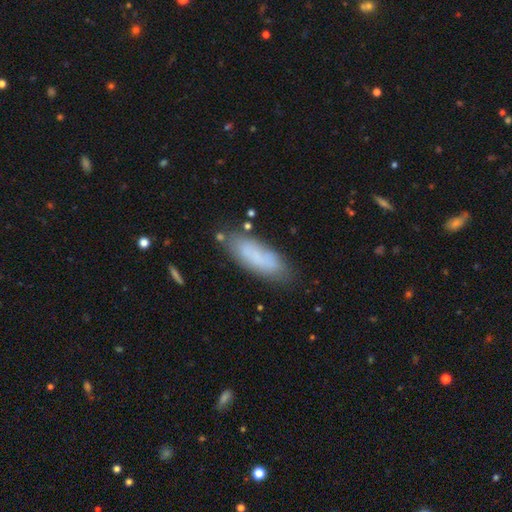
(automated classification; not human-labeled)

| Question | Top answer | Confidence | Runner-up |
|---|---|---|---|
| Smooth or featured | smooth | 73% | featured or disk (19%) |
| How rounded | in between | 61% | cigar-shaped (37%) |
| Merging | none | 74% | minor disturbance (18%) |